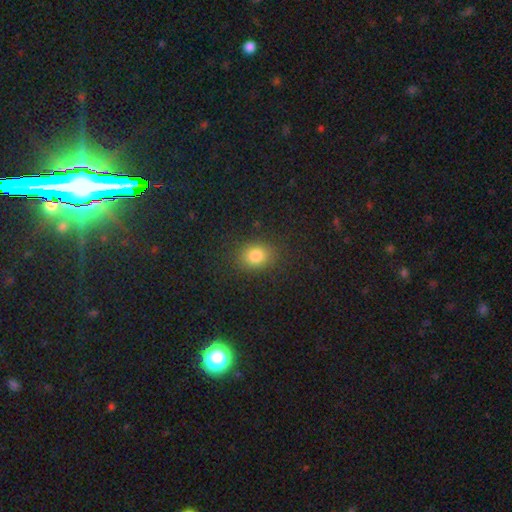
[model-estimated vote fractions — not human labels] Smooth or featured: smooth — 81% (star or artifact — 13%)
How rounded: in between — 50% (round — 49%)
Merging: none — 86% (minor disturbance — 10%)